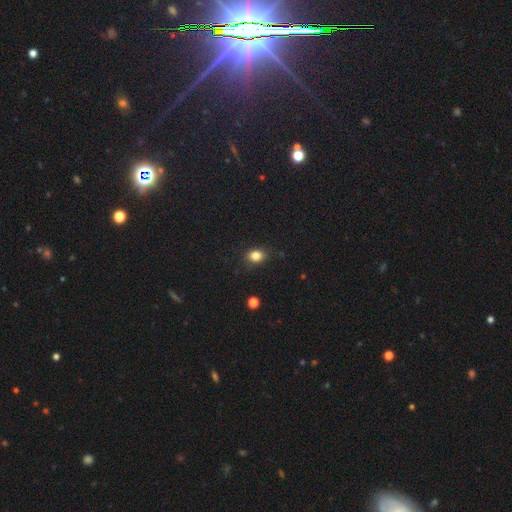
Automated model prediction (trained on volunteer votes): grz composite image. It shows a smooth galaxy with no disk features (83%) that is in between round and cigar-shaped (52%). Merging: none (84%).